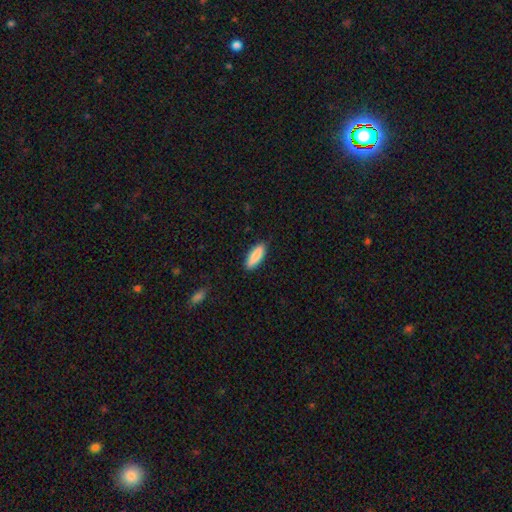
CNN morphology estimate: Q: Smooth or featured?
A: smooth (87%); runner-up: featured or disk (7%)
Q: How rounded?
A: in between (57%); runner-up: cigar-shaped (42%)
Q: Merging?
A: none (87%); runner-up: minor disturbance (10%)